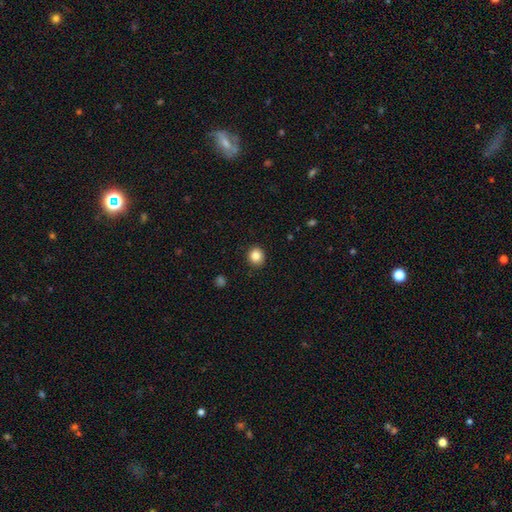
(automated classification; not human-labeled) Q: Smooth or featured?
A: smooth (85%); runner-up: star or artifact (10%)
Q: How rounded?
A: round (87%); runner-up: in between (12%)
Q: Merging?
A: none (91%); runner-up: minor disturbance (6%)